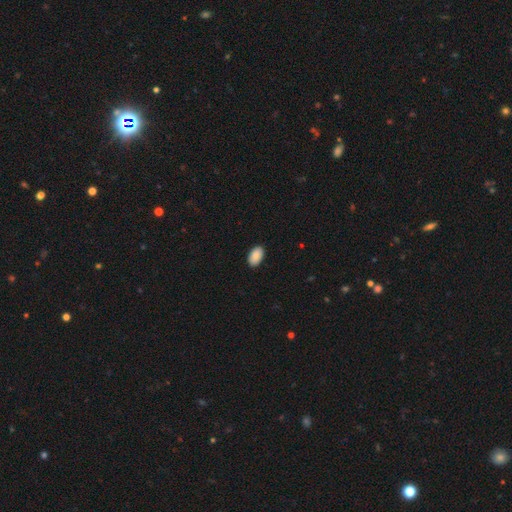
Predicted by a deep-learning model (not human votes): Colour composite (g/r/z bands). It shows a smooth galaxy with no disk features (89%) that is in between round and cigar-shaped (95%). Merging: none (88%).